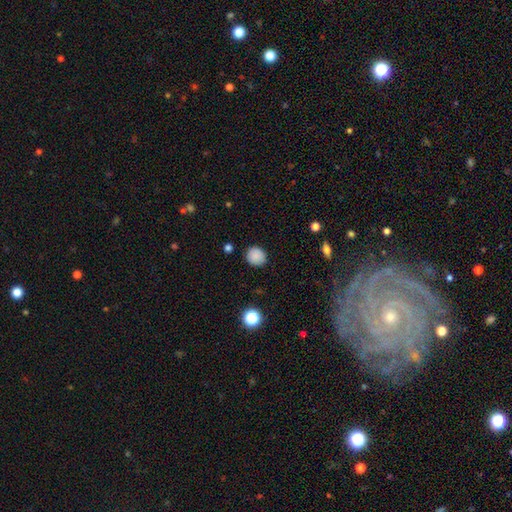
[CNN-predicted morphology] The model was most divided on "how rounded": round: 83%, in between: 16%, cigar-shaped: 1%. More confident: merging — none (88%); smooth or featured — smooth (87%).